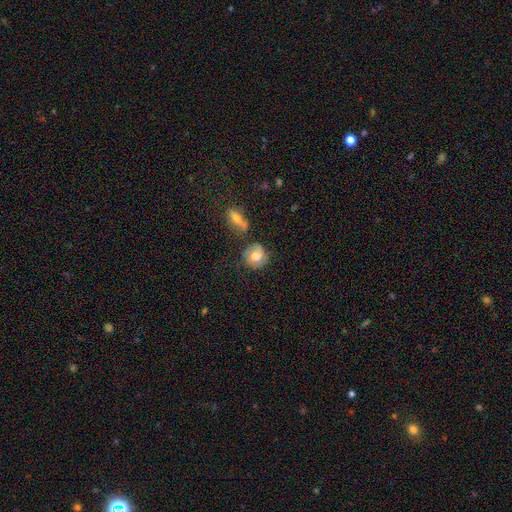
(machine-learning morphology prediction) Smooth or featured?
  - smooth: 58% *
  - featured or disk: 34%
  - star or artifact: 8%
How rounded?
  - round: 82% *
  - in between: 17%
  - cigar-shaped: 1%
Merging?
  - none: 65% *
  - minor disturbance: 19%
  - merger: 9%
  - major disturbance: 7%